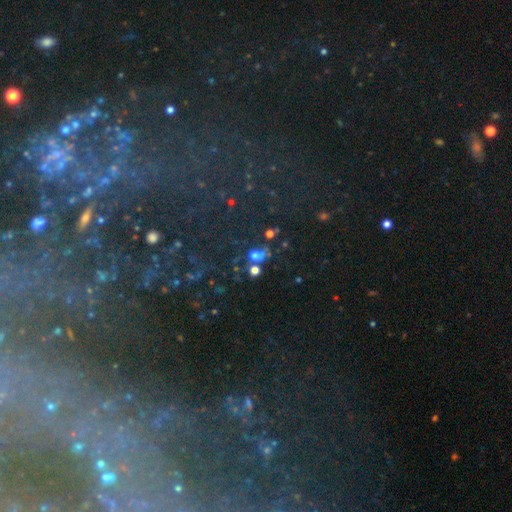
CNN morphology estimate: smooth_or_featured: smooth (p=0.53) [alt: star or artifact p=0.31]
how_rounded: round (p=0.55) [alt: in between p=0.42]
merging: none (p=0.45) [alt: merger p=0.24]